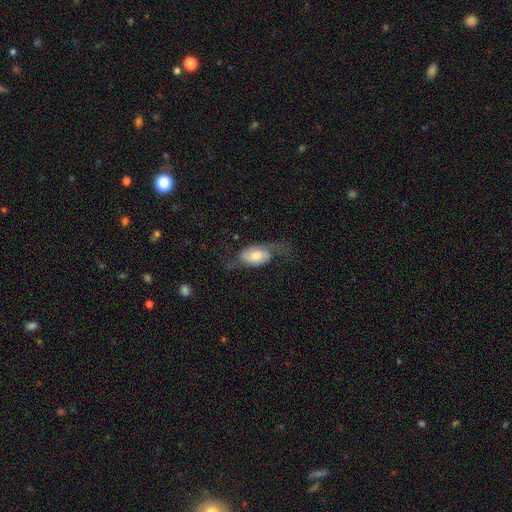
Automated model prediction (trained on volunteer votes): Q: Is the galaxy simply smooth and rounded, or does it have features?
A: featured or disk — 53%.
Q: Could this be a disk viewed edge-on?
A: no — 92%.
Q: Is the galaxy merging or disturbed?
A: none — 48%.